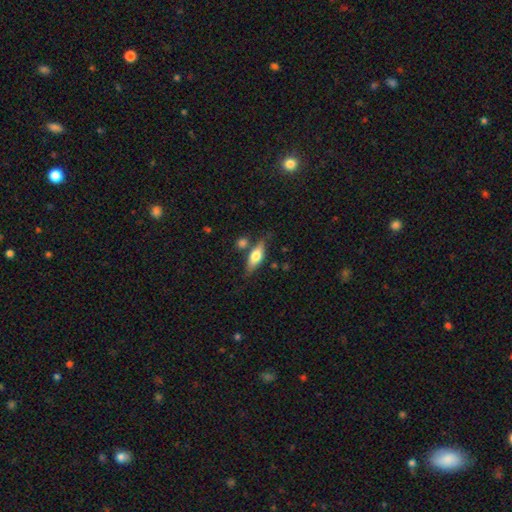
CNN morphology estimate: This is possibly a smooth galaxy (56%). How rounded: likely in between (60%). Merging: likely none (69%).